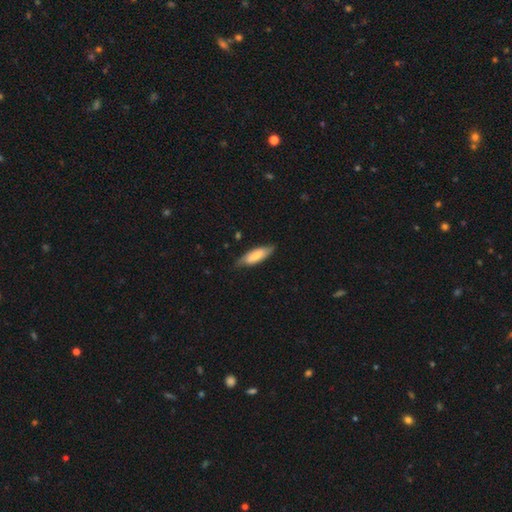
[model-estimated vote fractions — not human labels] Morphology: type=smooth (71%); roundness=in between (53%); merging=none (74%).